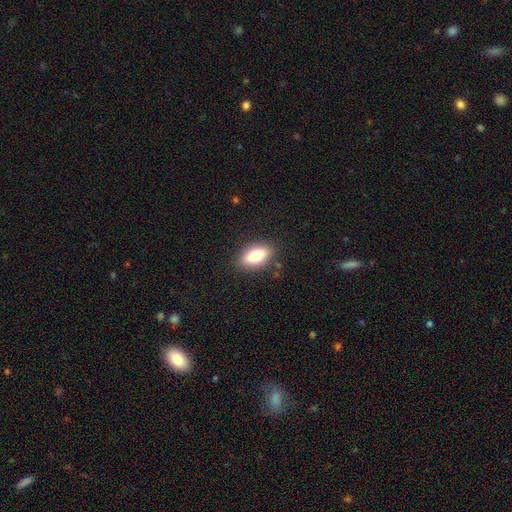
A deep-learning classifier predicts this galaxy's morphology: This appears to be a smooth galaxy with no disk features (72%) that is in between round and cigar-shaped (84%). Merging: none (85%).